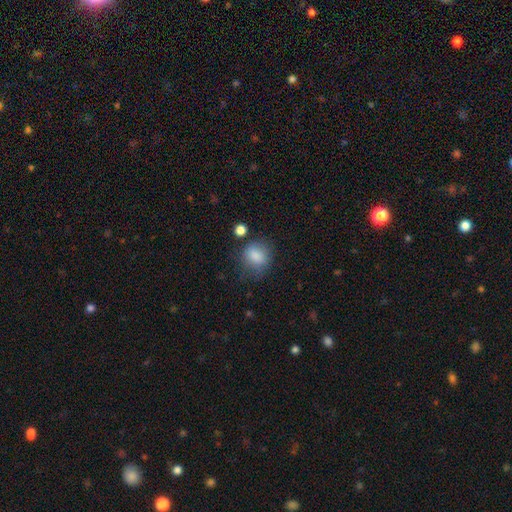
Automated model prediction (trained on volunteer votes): Smooth or featured? Predicted: smooth (p=0.84). How rounded? Predicted: round (p=0.67). Merging? Predicted: none (p=0.67).